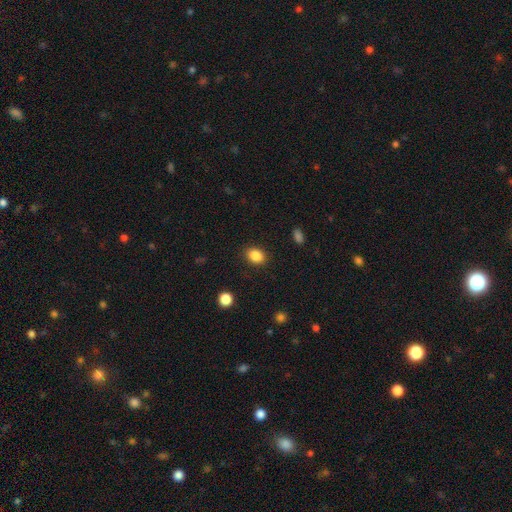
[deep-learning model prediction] Smooth or featured? Predicted: smooth (p=0.87). How rounded? Predicted: in between (p=0.69). Merging? Predicted: none (p=0.88).